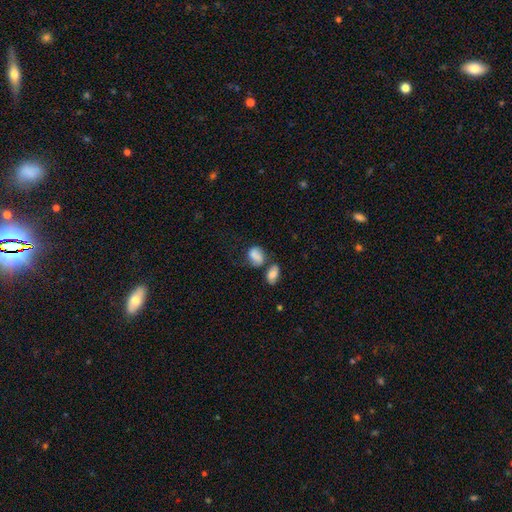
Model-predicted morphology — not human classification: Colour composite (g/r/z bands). It shows a smooth galaxy with no disk features (77%) that is in between round and cigar-shaped (71%). Merging: merger (36%).